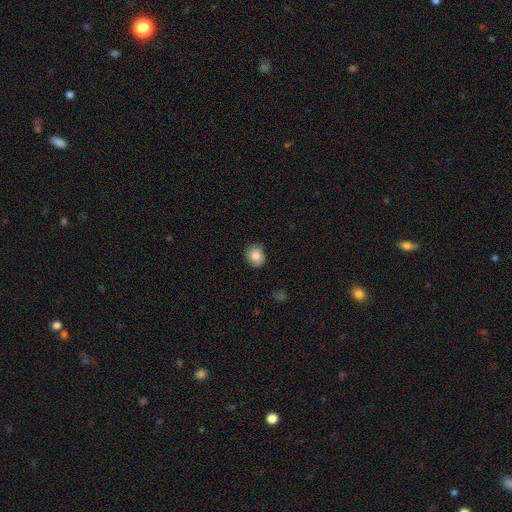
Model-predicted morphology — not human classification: This is clearly a smooth galaxy (83%). How rounded: likely round (68%). Merging: clearly none (81%).